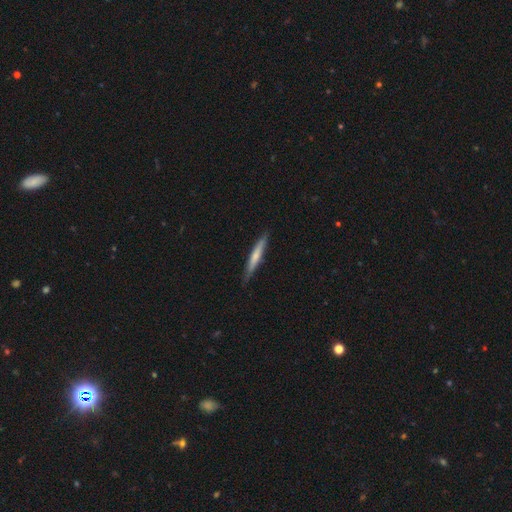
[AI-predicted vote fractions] Overall: smooth (58%; featured or disk 37%). How rounded: cigar-shaped (94%). Merging: none (84%).